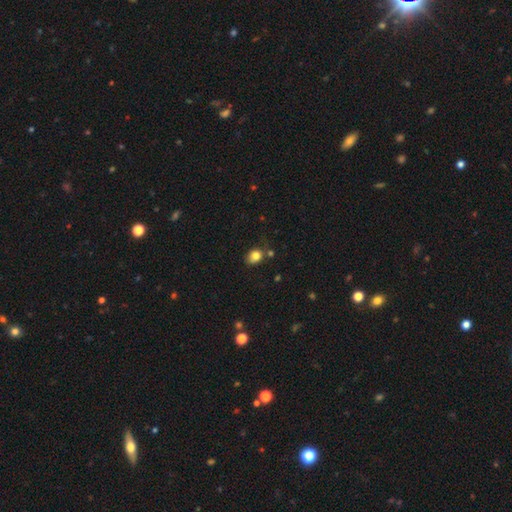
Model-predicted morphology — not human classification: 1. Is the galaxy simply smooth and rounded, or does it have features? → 81% smooth, 11% star or artifact, 8% featured or disk.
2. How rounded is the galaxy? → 52% in between, 47% round, 1% cigar-shaped.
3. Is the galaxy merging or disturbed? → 63% none, 22% minor disturbance, 9% merger, 6% major disturbance.